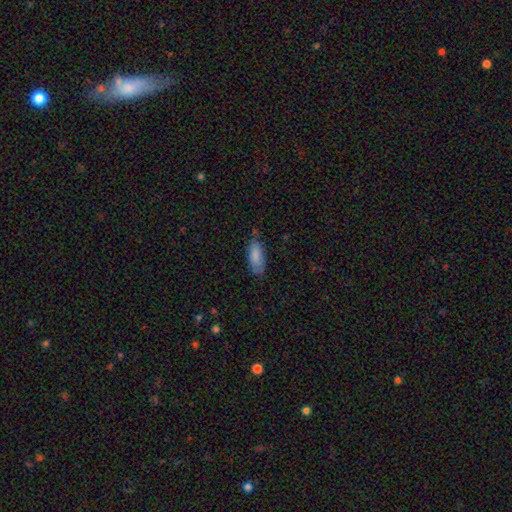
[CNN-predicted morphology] The model was most divided on "merging": none: 69%, minor disturbance: 24%, major disturbance: 5%, merger: 2%. More confident: smooth or featured — smooth (84%); how rounded — in between (77%).